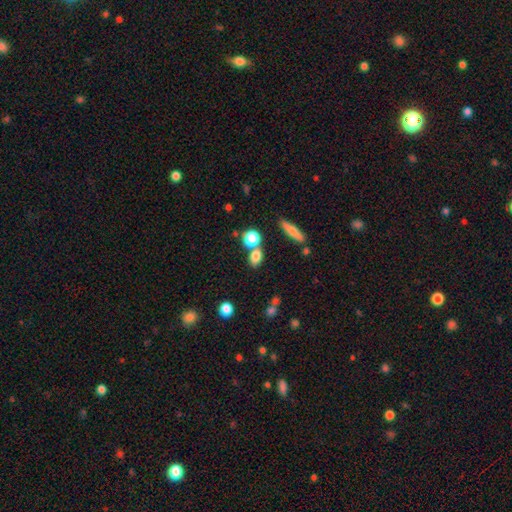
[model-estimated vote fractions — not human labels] smooth-or-featured: smooth: 78% | star or artifact: 13% | featured or disk: 10%
  how-rounded: in between: 60% | round: 35% | cigar-shaped: 5%
  merging: none: 56% | merger: 29% | minor disturbance: 11% | major disturbance: 4%